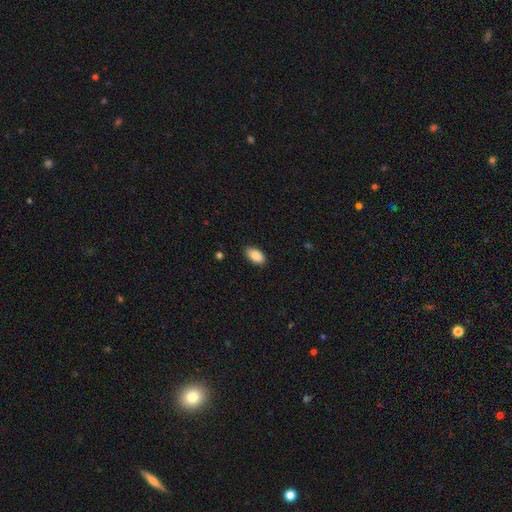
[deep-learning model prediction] Morphology: type=smooth (88%); roundness=in between (94%); merging=none (87%).